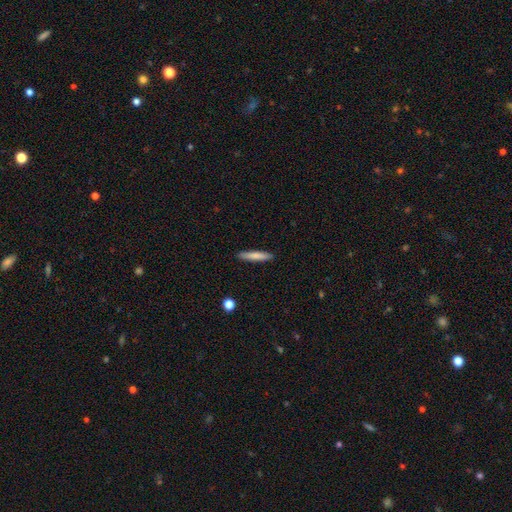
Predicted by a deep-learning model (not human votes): Overall: smooth (77%). How rounded: cigar-shaped (90%). Merging: none (90%).